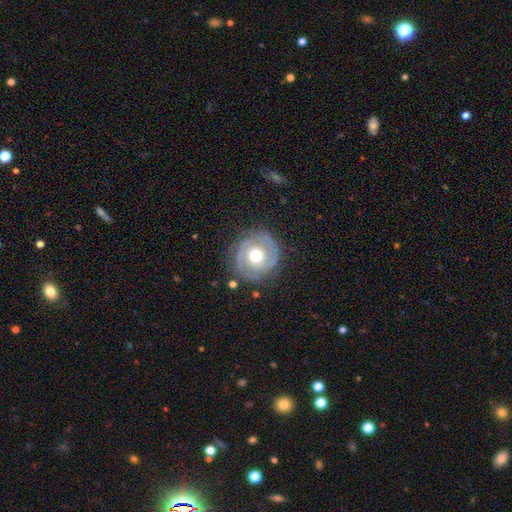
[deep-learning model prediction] Smooth or featured?
  - featured or disk: 71% *
  - smooth: 23%
  - star or artifact: 6%
Edge-on disk?
  - no: 97% *
  - yes: 3%
Bar?
  - no: 78% *
  - weak: 17%
  - strong: 5%
Spiral arms?
  - yes: 75% *
  - no: 25%
Spiral winding?
  - tight: 60% *
  - medium: 29%
  - loose: 10%
Spiral arm count?
  - 2: 64% *
  - can't tell: 18%
  - 1: 7%
  - 3: 6%
  - 4: 2%
  - more than 4: 2%
Bulge size?
  - moderate: 64% *
  - large: 27%
  - small: 5%
  - dominant: 2%
  - none: 1%
Merging?
  - none: 79% *
  - minor disturbance: 14%
  - major disturbance: 6%
  - merger: 1%